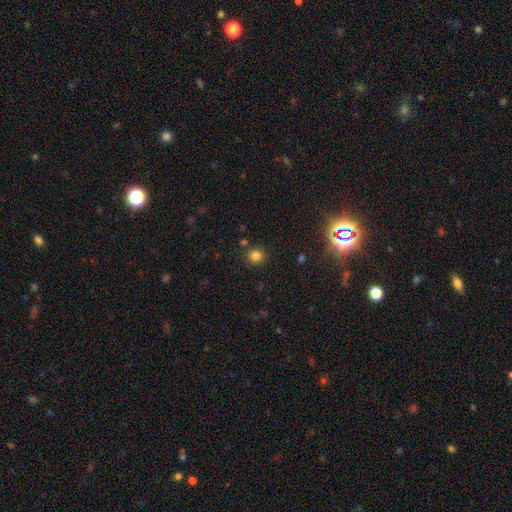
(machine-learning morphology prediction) Smooth or featured?
  - smooth: 81% *
  - star or artifact: 14%
  - featured or disk: 5%
How rounded?
  - round: 90% *
  - in between: 9%
  - cigar-shaped: 1%
Merging?
  - none: 86% *
  - minor disturbance: 7%
  - merger: 4%
  - major disturbance: 2%